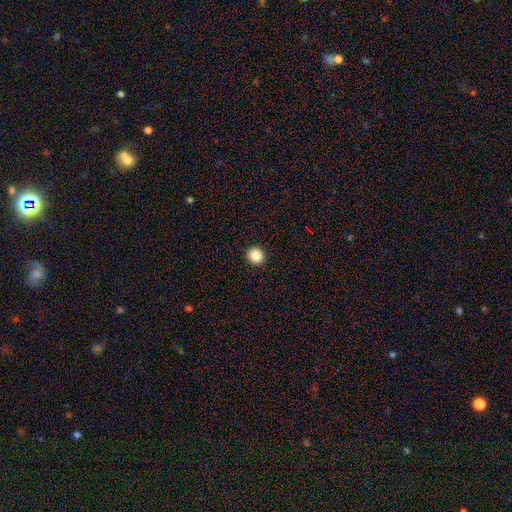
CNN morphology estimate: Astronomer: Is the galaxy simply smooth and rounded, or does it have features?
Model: smooth — 86%.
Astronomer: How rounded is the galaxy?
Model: round — 94%.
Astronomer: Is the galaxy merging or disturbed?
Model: none — 93%.